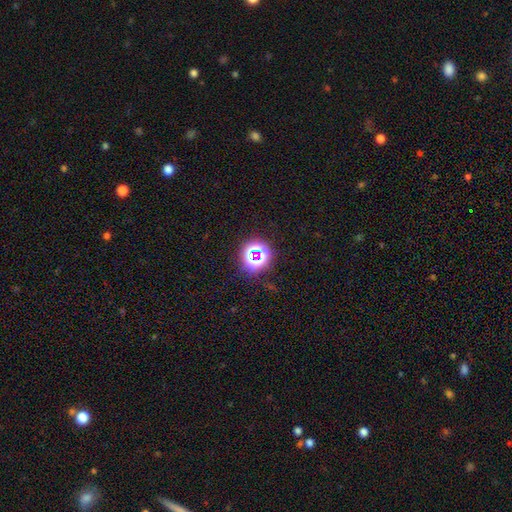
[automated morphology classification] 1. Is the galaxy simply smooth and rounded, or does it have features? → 63% star or artifact, 26% smooth, 11% featured or disk.